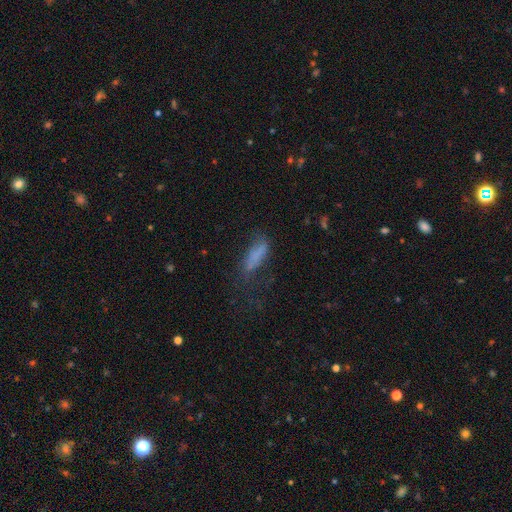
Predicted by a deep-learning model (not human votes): Smooth or featured?
  - smooth: 64% *
  - featured or disk: 23%
  - star or artifact: 13%
How rounded?
  - in between: 50% *
  - cigar-shaped: 47%
  - round: 3%
Merging?
  - none: 37% *
  - major disturbance: 32%
  - minor disturbance: 27%
  - merger: 4%